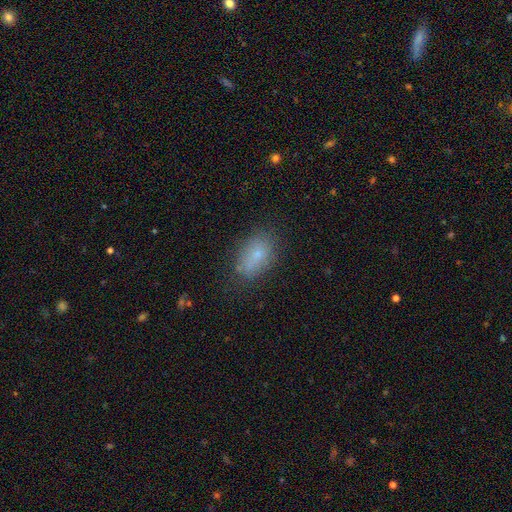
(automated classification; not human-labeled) smooth_or_featured: smooth (p=0.73) [alt: featured or disk p=0.15]
how_rounded: in between (p=0.87) [alt: round p=0.10]
merging: none (p=0.71) [alt: minor disturbance p=0.19]